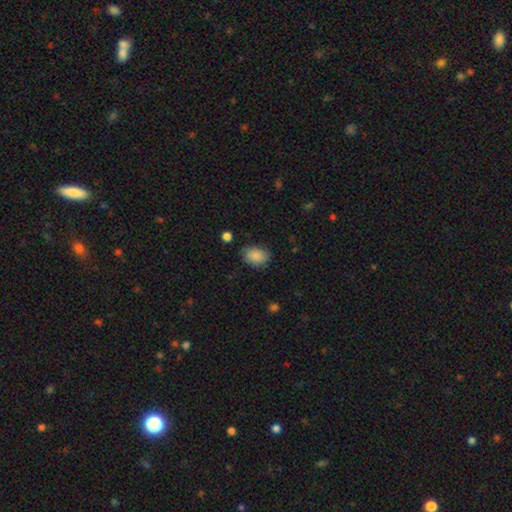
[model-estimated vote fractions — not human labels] smooth-or-featured: smooth: 87% | star or artifact: 7% | featured or disk: 6%
  how-rounded: in between: 77% | round: 22% | cigar-shaped: 1%
  merging: none: 79% | minor disturbance: 16% | major disturbance: 4% | merger: 1%